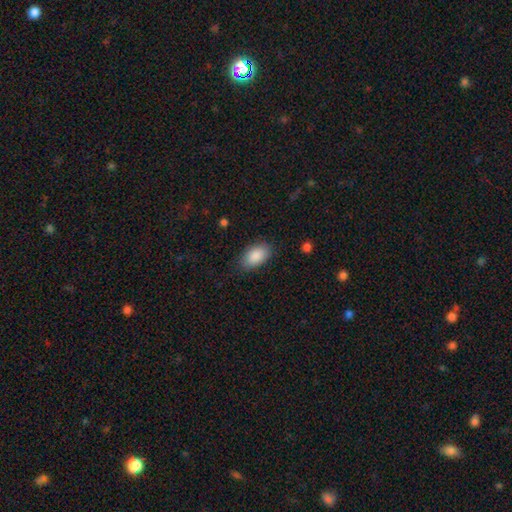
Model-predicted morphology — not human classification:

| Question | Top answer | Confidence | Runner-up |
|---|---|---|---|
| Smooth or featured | smooth | 88% | star or artifact (7%) |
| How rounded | in between | 94% | round (5%) |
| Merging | none | 83% | minor disturbance (13%) |